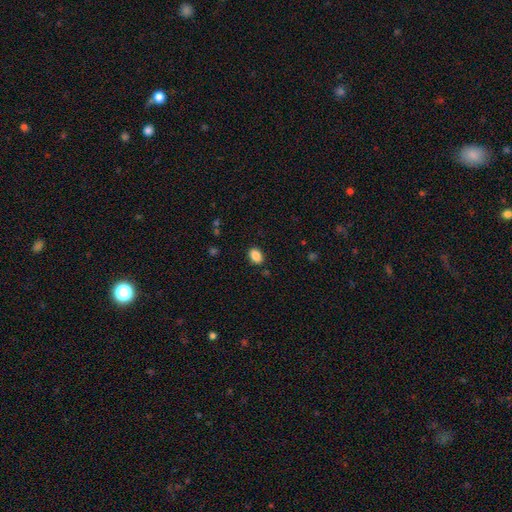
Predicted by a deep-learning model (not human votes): Smooth or featured? smooth (88%)
How rounded? in between (82%)
Merging? none (86%)